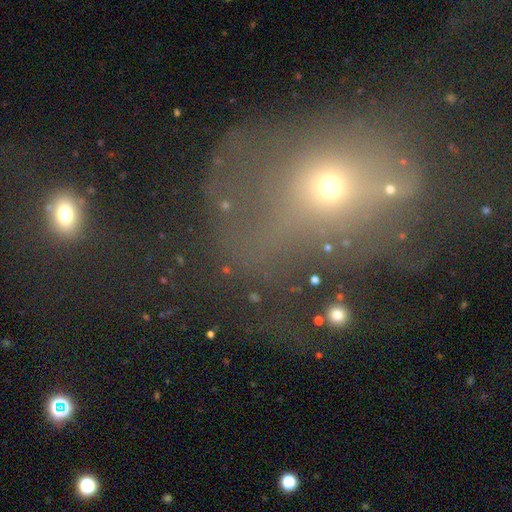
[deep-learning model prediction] Q: Smooth or featured?
A: smooth (46%); runner-up: featured or disk (28%)
Q: Merging?
A: major disturbance (38%); runner-up: none (34%)